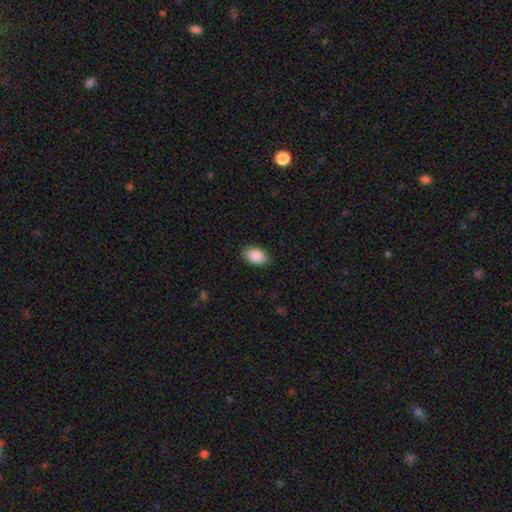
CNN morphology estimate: A smooth galaxy with no disk features (90%) that is in between round and cigar-shaped (90%).

Vote fractions:
- Smooth or featured? smooth: 90% / star or artifact: 6% / featured or disk: 4%
- How rounded? in between: 90% / round: 9% / cigar-shaped: 1%
- Merging? none: 83% / minor disturbance: 13% / major disturbance: 3% / merger: 1%